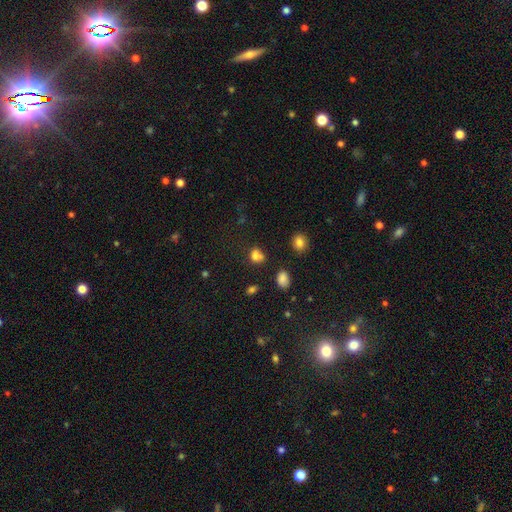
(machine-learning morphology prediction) Smooth or featured? Predicted: smooth (p=0.74). How rounded? Predicted: round (p=0.59). Merging? Predicted: none (p=0.46).